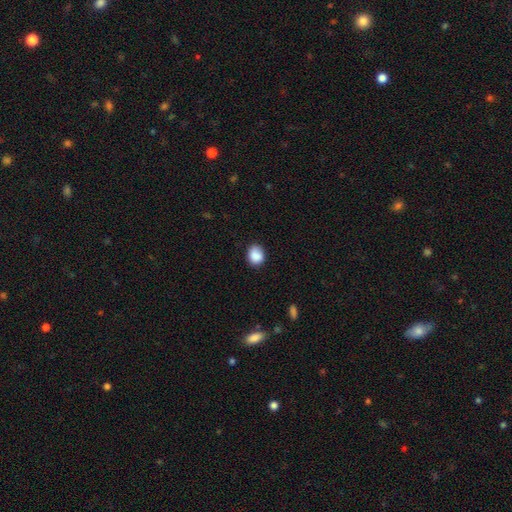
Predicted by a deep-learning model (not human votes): Smooth or featured?
  - smooth: 87% *
  - star or artifact: 8%
  - featured or disk: 4%
How rounded?
  - round: 54% *
  - in between: 45%
  - cigar-shaped: 1%
Merging?
  - none: 78% *
  - minor disturbance: 17%
  - major disturbance: 3%
  - merger: 2%